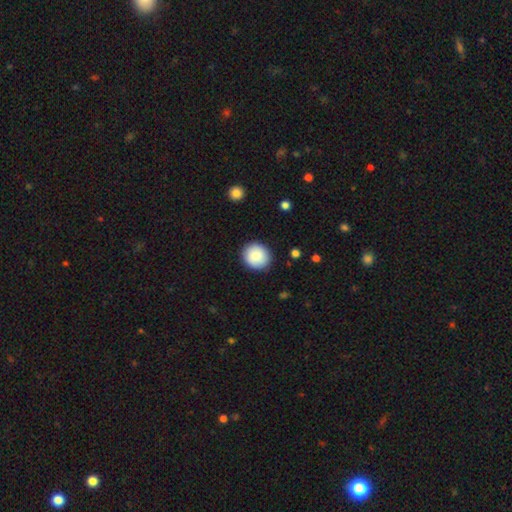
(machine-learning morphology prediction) Smooth or featured: smooth — 86% (star or artifact — 7%)
How rounded: round — 89% (in between — 10%)
Merging: none — 89% (minor disturbance — 7%)